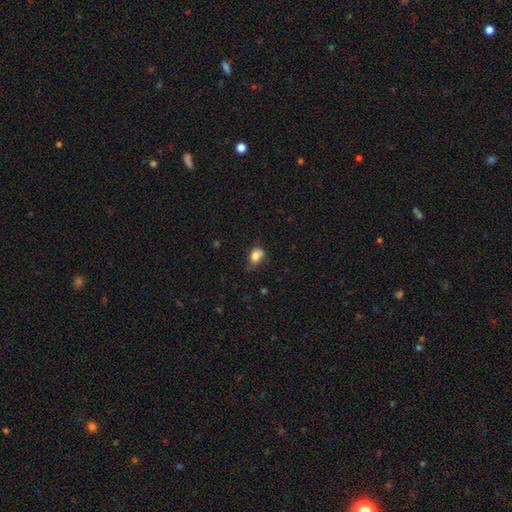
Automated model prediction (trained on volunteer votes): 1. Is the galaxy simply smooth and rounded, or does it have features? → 80% smooth, 10% featured or disk, 10% star or artifact.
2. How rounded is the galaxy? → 57% in between, 41% round, 1% cigar-shaped.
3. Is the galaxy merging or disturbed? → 48% none, 35% minor disturbance, 11% major disturbance, 5% merger.